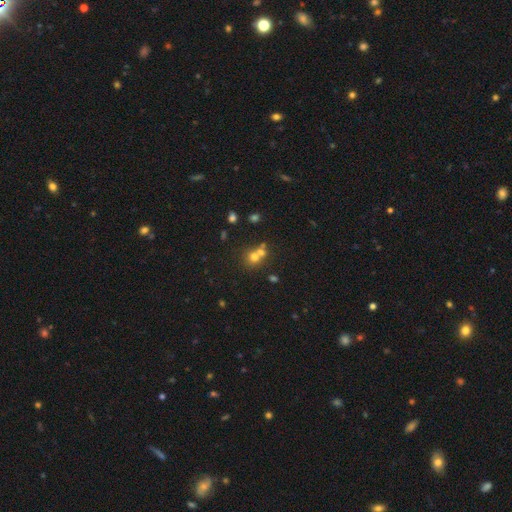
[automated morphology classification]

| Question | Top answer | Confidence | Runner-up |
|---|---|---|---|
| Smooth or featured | smooth | 64% | star or artifact (19%) |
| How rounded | round | 81% | in between (18%) |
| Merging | merger | 49% | none (41%) |